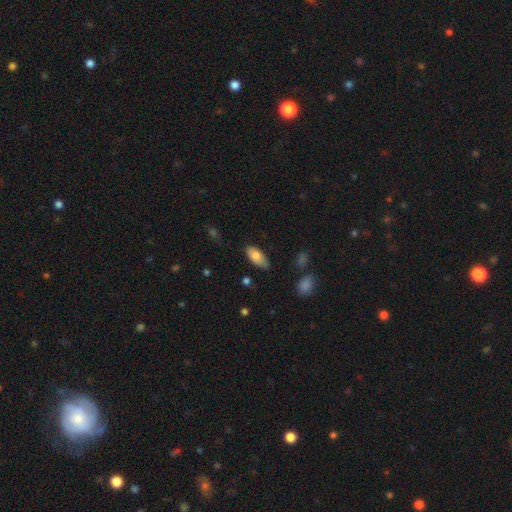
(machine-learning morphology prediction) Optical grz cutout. It shows a smooth galaxy with no disk features (77%) that is in between round and cigar-shaped (91%). Merging: none (76%).